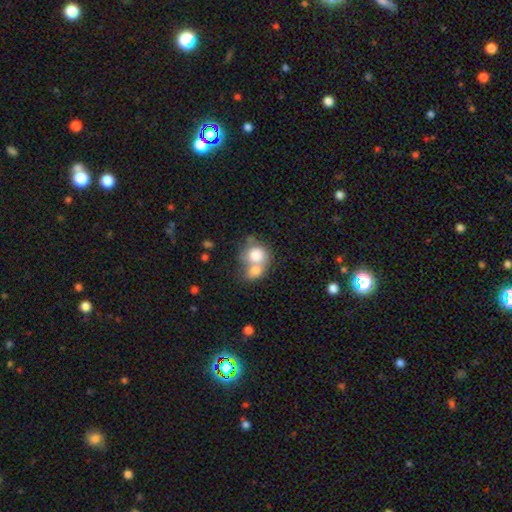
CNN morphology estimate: The model was most divided on "how rounded": round: 70%, in between: 29%, cigar-shaped: 1%. More confident: smooth or featured — smooth (75%); merging — merger (65%).